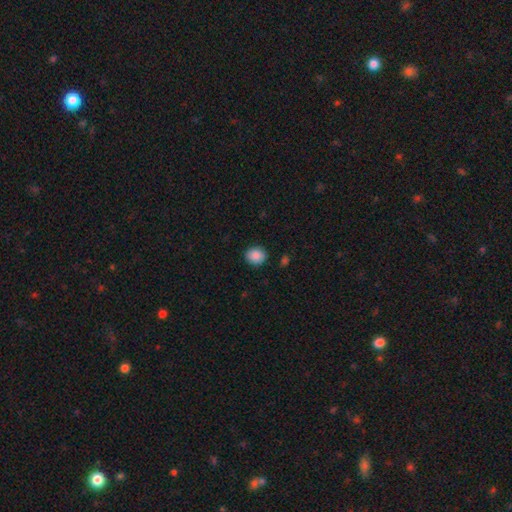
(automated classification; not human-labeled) A smooth galaxy with no disk features (88%) that is round (74%). Merging: none (89%).